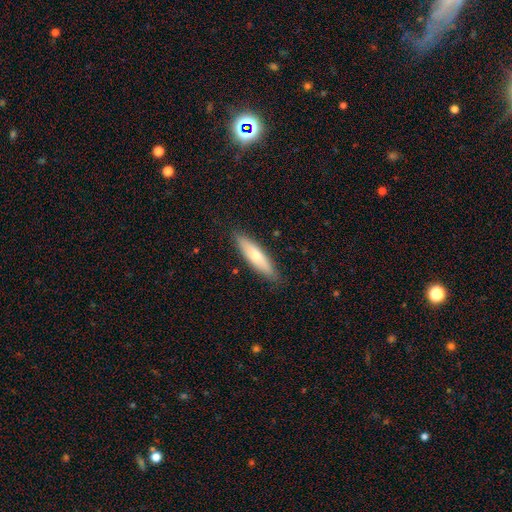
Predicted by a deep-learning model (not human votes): This appears to be a smooth galaxy with no disk features (64%) that is cigar-shaped (72%). Merging: none (88%).